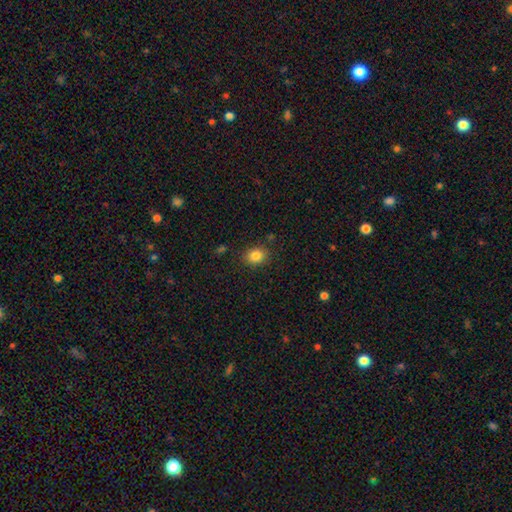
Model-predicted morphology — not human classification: smooth 84%, star or artifact 10%, featured or disk 6%. Down the decision tree: how rounded — round (50%); merging — none (85%).